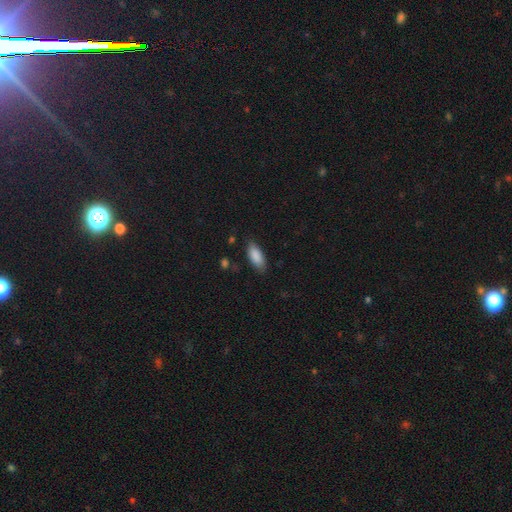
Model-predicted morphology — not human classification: smooth_or_featured: smooth (p=0.88) [alt: star or artifact p=0.06]
how_rounded: in between (p=0.85) [alt: cigar-shaped p=0.13]
merging: none (p=0.81) [alt: minor disturbance p=0.14]